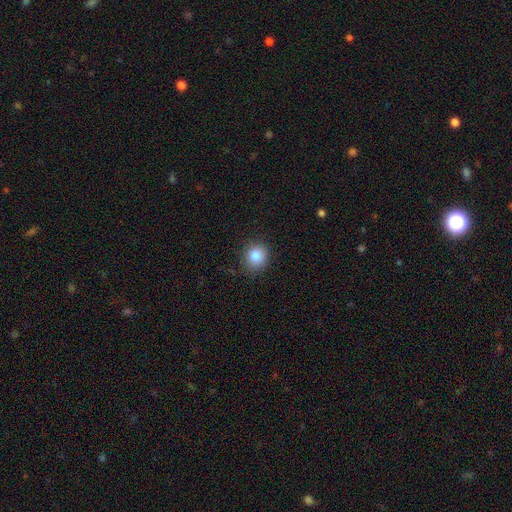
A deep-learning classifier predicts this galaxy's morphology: smooth 85%, star or artifact 10%, featured or disk 6%. Down the decision tree: how rounded — round (79%); merging — none (86%).